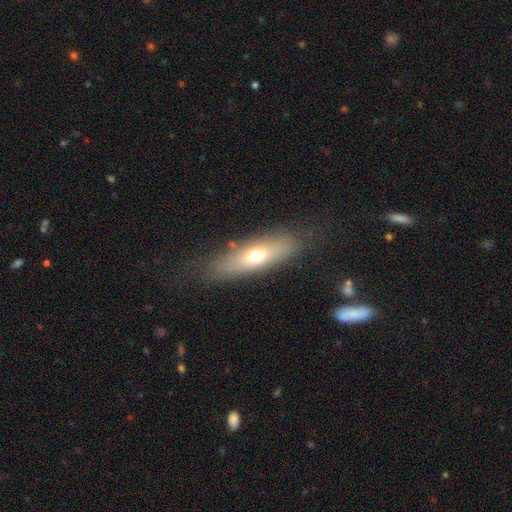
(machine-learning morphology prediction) This is possibly a smooth galaxy (59%). How rounded: possibly in between (55%). Merging: likely none (77%).